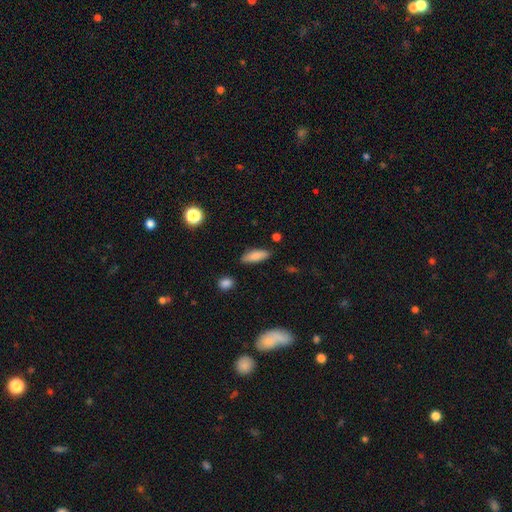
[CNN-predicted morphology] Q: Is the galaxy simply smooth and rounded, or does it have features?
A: smooth — 83%.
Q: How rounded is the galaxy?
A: in between — 61%.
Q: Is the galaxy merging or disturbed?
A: none — 83%.